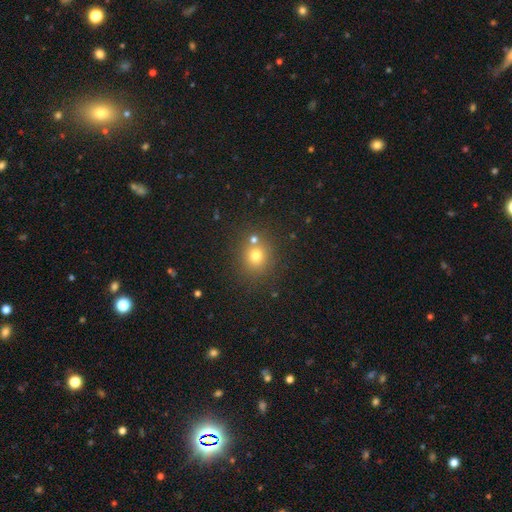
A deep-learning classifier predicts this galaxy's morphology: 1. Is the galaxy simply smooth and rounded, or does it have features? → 73% smooth, 18% star or artifact, 9% featured or disk.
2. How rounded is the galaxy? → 86% round, 13% in between, 1% cigar-shaped.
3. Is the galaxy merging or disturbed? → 73% none, 15% merger, 9% minor disturbance, 3% major disturbance.